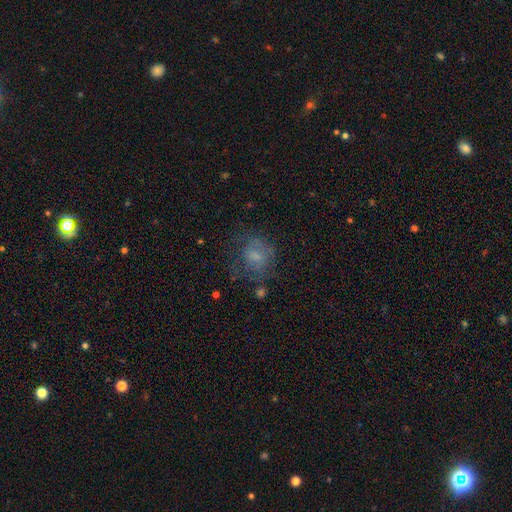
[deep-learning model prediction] Morphology: type=smooth (52%); roundness=round (58%); merging=none (51%).